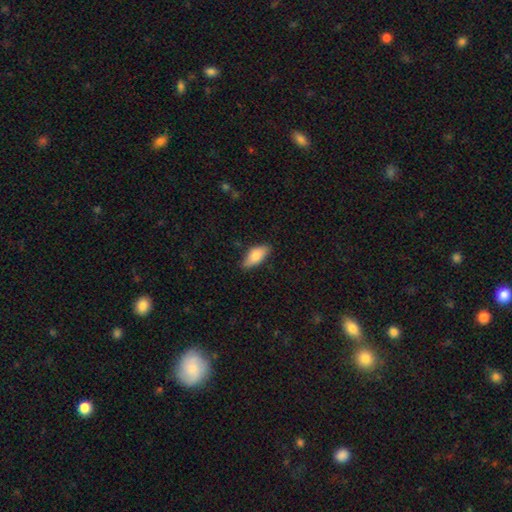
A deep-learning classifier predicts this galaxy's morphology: smooth 83%, featured or disk 11%, star or artifact 6%. Down the decision tree: how rounded — in between (84%); merging — none (82%).